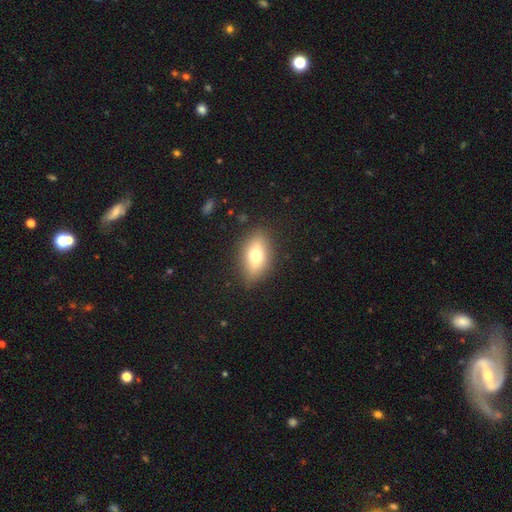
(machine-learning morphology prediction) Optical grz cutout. It shows a smooth galaxy with no disk features (70%) that is in between round and cigar-shaped (84%). Merging: none (84%).